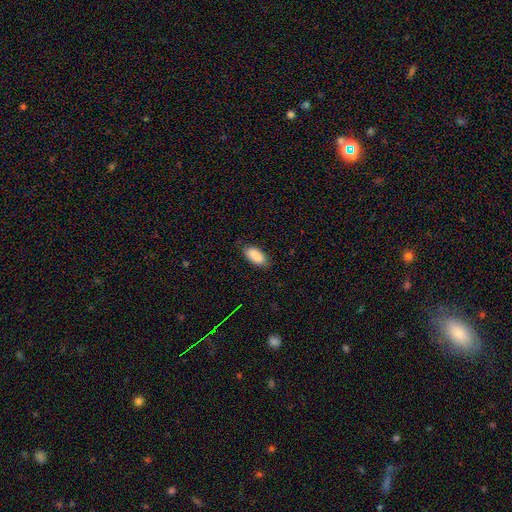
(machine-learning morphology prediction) type=smooth (89%); roundness=in between (89%); merging=none (83%).